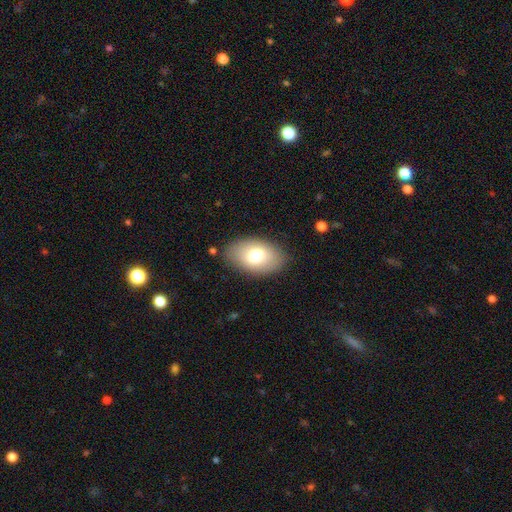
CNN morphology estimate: smooth-or-featured: smooth: 74% | featured or disk: 19% | star or artifact: 7%
  how-rounded: in between: 91% | round: 8% | cigar-shaped: 1%
  merging: none: 84% | minor disturbance: 11% | major disturbance: 3% | merger: 1%